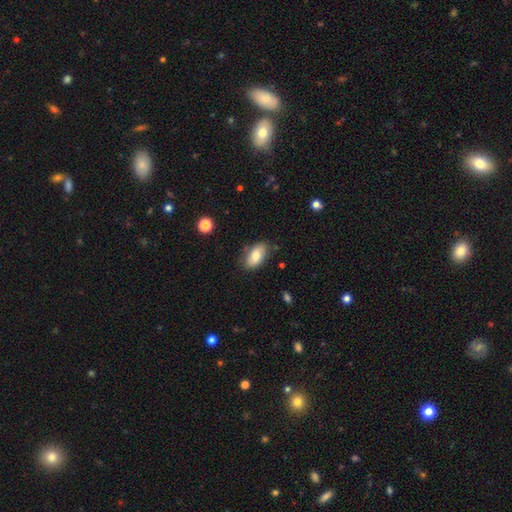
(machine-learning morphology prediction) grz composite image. It shows a smooth galaxy with no disk features (76%) that is in between round and cigar-shaped (93%). Merging: none (75%).